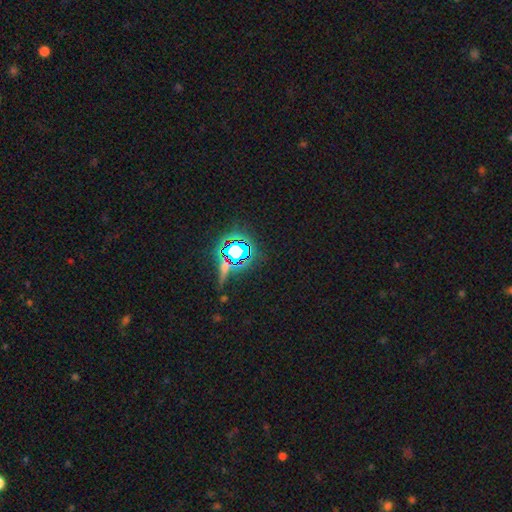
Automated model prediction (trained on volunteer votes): A star or artifact, not a galaxy (82%).